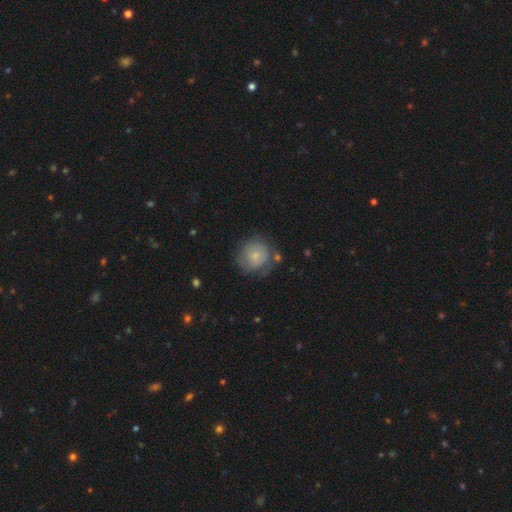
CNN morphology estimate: A smooth galaxy with no disk features (65%) that is round (87%). Merging: none (62%).